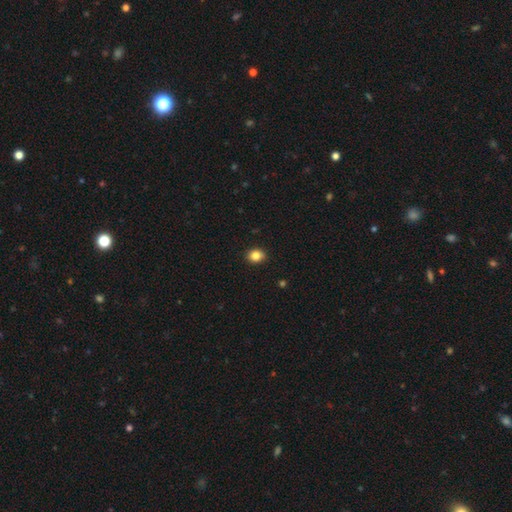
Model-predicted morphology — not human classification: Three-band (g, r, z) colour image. It shows a smooth galaxy with no disk features (84%) that is round (56%). Merging: none (90%).